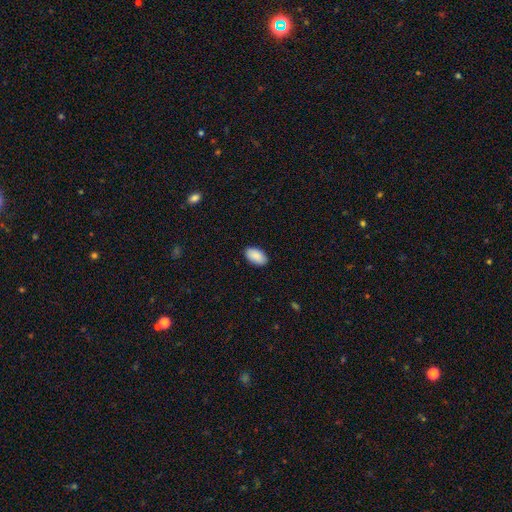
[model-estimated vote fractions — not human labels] smooth-or-featured: smooth: 90% | star or artifact: 6% | featured or disk: 4%
  how-rounded: in between: 95% | round: 4% | cigar-shaped: 1%
  merging: none: 90% | minor disturbance: 7% | major disturbance: 2% | merger: 1%